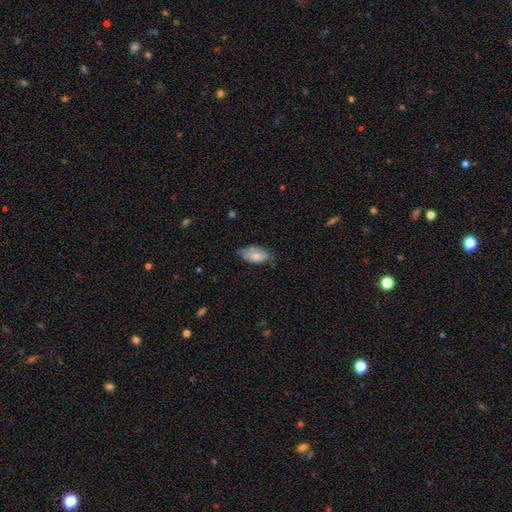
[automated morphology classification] smooth_or_featured: smooth (p=0.69) [alt: featured or disk p=0.24]
how_rounded: in between (p=0.92) [alt: cigar-shaped p=0.04]
merging: none (p=0.52) [alt: minor disturbance p=0.36]